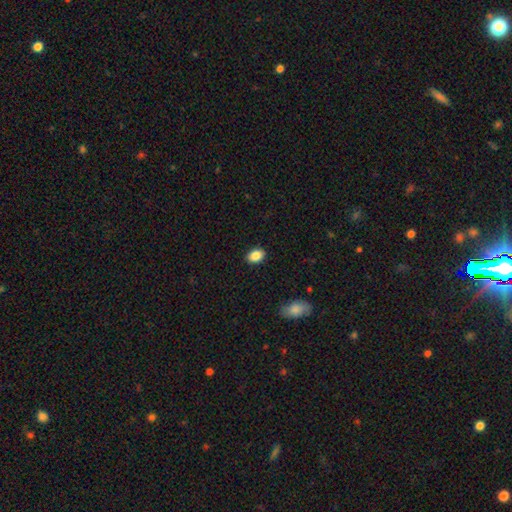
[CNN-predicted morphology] smooth 87%, star or artifact 8%, featured or disk 5%. Down the decision tree: how rounded — in between (78%); merging — none (89%).